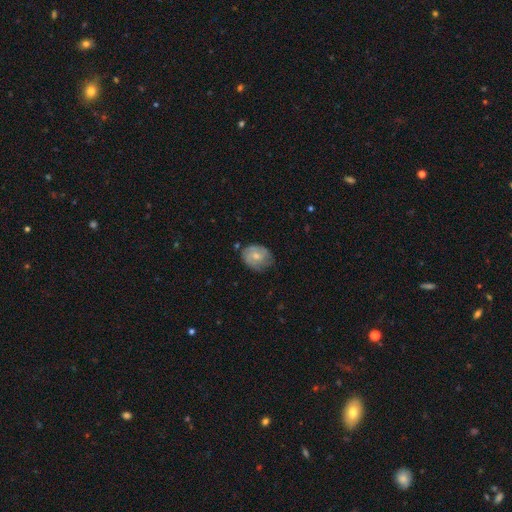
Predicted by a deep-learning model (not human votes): This is possibly a featured or disk galaxy (52%). It is clearly not viewed edge-on (97%). Merging: likely none (69%).